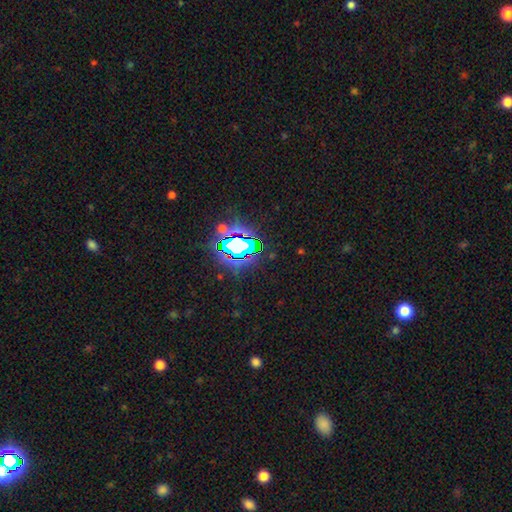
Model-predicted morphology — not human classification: star or artifact 82%, smooth 11%, featured or disk 7%.